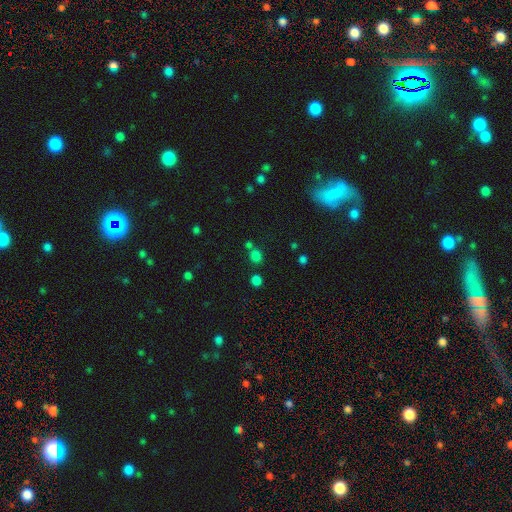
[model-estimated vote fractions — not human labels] Smooth or featured? Predicted: smooth (p=0.72). How rounded? Predicted: round (p=0.76). Merging? Predicted: none (p=0.69).